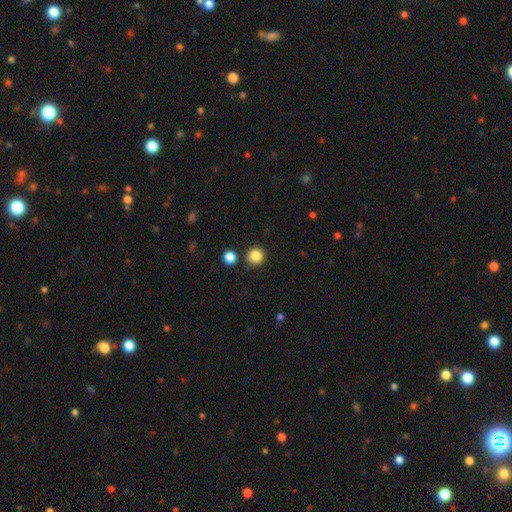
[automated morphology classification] smooth 85%, star or artifact 11%, featured or disk 4%. Down the decision tree: how rounded — round (94%); merging — none (88%).